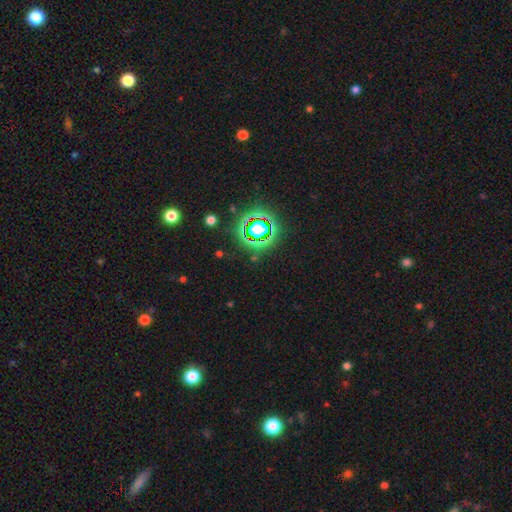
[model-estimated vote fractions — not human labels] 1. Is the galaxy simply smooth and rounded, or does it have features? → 73% star or artifact, 18% smooth, 10% featured or disk.